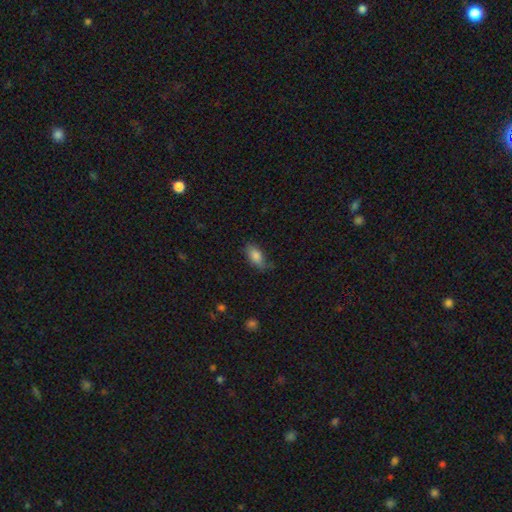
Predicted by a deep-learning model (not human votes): The model was most divided on "merging": none: 66%, minor disturbance: 26%, major disturbance: 6%, merger: 2%. More confident: how rounded — in between (89%); smooth or featured — smooth (84%).